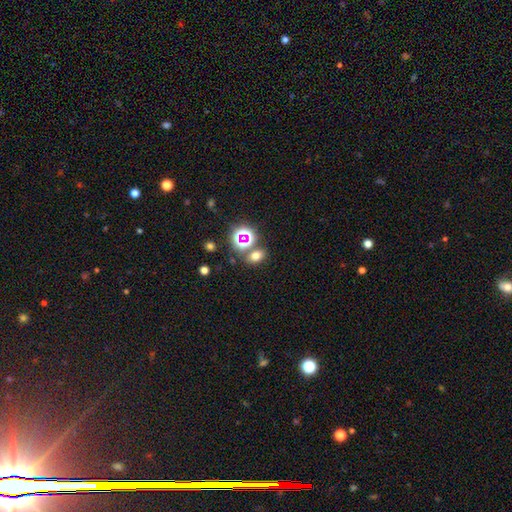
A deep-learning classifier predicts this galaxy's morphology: Smooth or featured?
  - smooth: 65% *
  - star or artifact: 26%
  - featured or disk: 9%
How rounded?
  - in between: 69% *
  - round: 29%
  - cigar-shaped: 2%
Merging?
  - none: 74% *
  - merger: 14%
  - minor disturbance: 9%
  - major disturbance: 3%